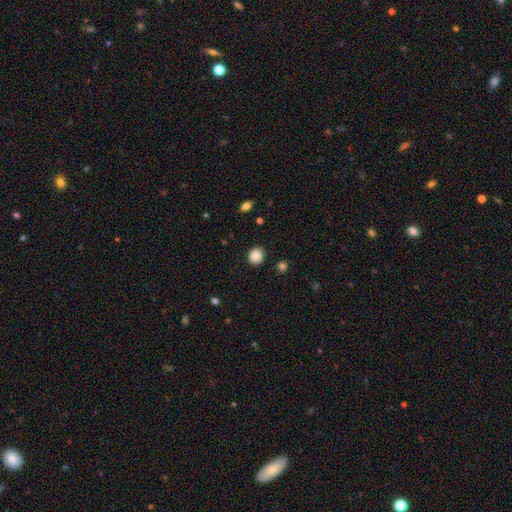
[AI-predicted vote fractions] smooth_or_featured: smooth (p=0.87) [alt: star or artifact p=0.09]
how_rounded: round (p=0.84) [alt: in between p=0.15]
merging: none (p=0.89) [alt: minor disturbance p=0.07]